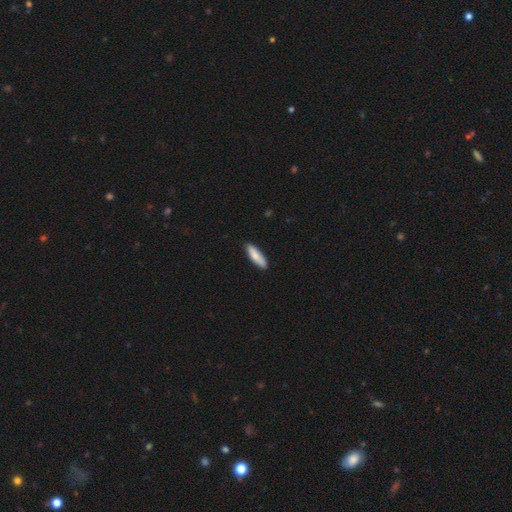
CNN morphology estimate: smooth 83%, featured or disk 12%, star or artifact 5%. Down the decision tree: how rounded — cigar-shaped (59%); merging — none (88%).